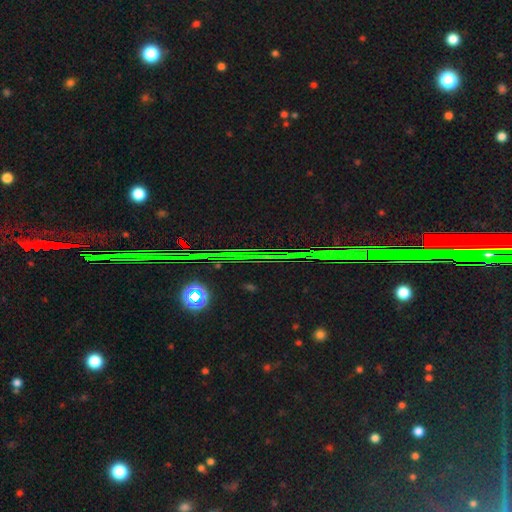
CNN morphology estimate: Q: Smooth or featured?
A: star or artifact (82%); runner-up: featured or disk (10%)